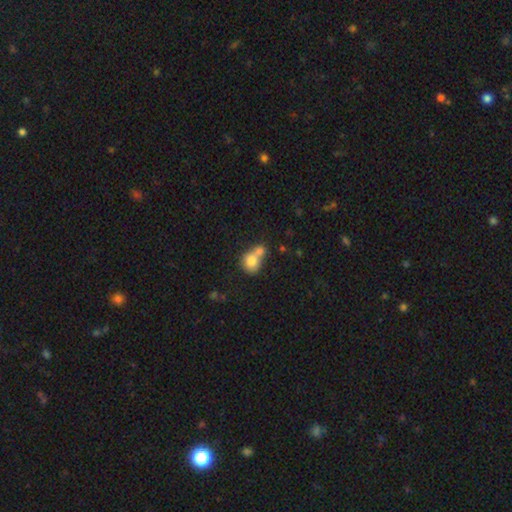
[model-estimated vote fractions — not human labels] Overall: smooth (75%). How rounded: round (73%). Merging: merger (60%; none 28%).